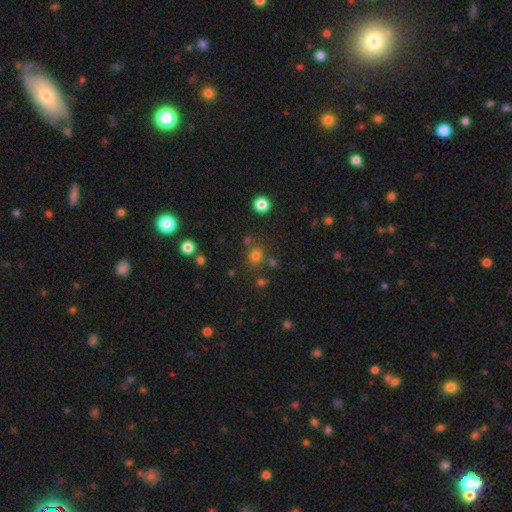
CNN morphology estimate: This appears to be a smooth galaxy with no disk features (73%) that is round (81%). Merging: none (74%).